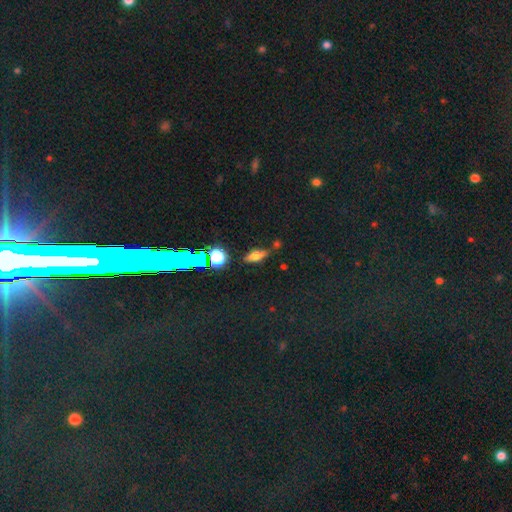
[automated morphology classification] smooth 58%, featured or disk 22%, star or artifact 20%. Down the decision tree: how rounded — in between (61%); merging — none (73%).